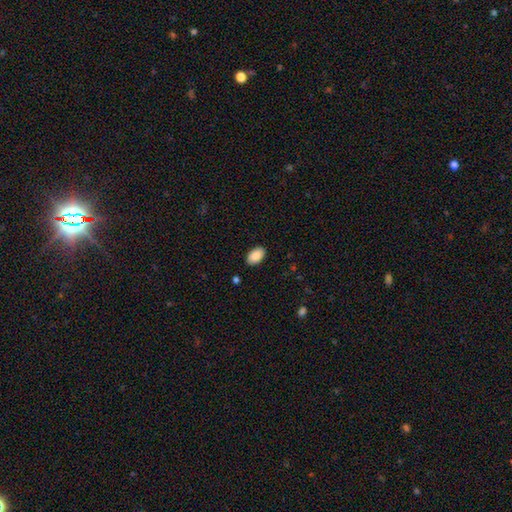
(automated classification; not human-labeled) A smooth galaxy with no disk features (90%) that is in between round and cigar-shaped (94%). Merging: none (88%).